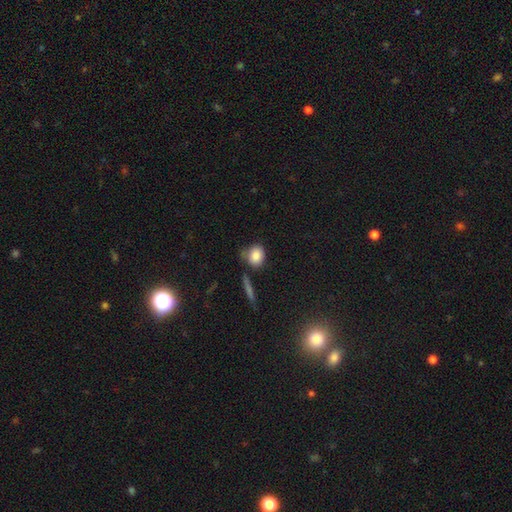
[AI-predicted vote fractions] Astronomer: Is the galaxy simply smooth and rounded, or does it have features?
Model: smooth — 85%.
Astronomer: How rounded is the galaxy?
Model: round — 60% (runner-up: in between, 37%).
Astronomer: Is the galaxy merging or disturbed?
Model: none — 63%.